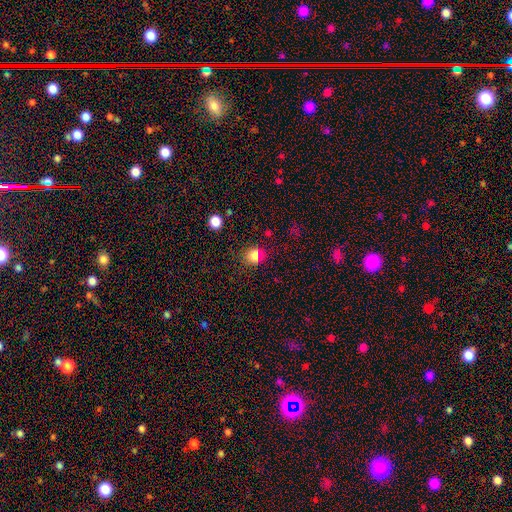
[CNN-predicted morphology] Q: Smooth or featured?
A: smooth (79%); runner-up: star or artifact (15%)
Q: How rounded?
A: round (68%); runner-up: in between (31%)
Q: Merging?
A: none (78%); runner-up: minor disturbance (14%)